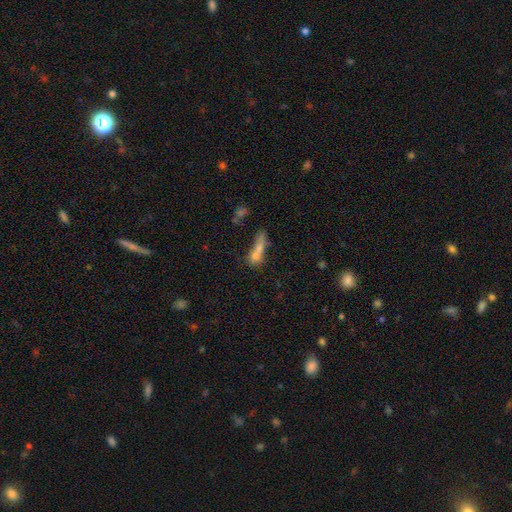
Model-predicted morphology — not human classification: A smooth galaxy with no disk features (64%) that is in between round and cigar-shaped (39%). Merging: merger (57%).